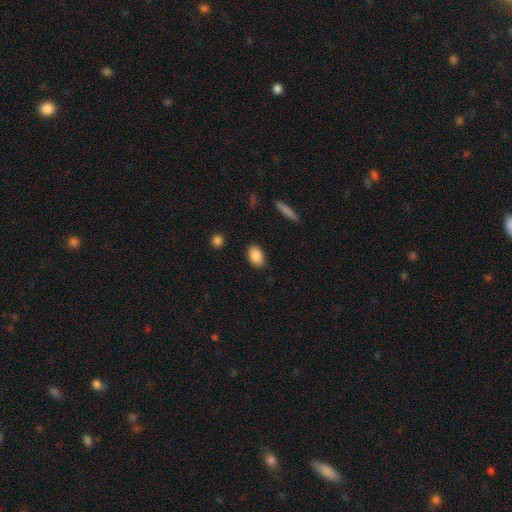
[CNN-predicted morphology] type=smooth (88%); roundness=in between (88%); merging=none (85%).